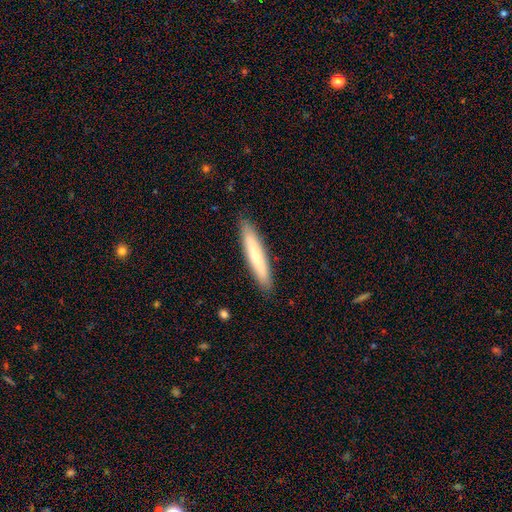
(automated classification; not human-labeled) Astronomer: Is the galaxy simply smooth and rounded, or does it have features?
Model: smooth — 67%.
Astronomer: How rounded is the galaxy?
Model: cigar-shaped — 91%.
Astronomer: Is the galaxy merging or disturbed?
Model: none — 90%.